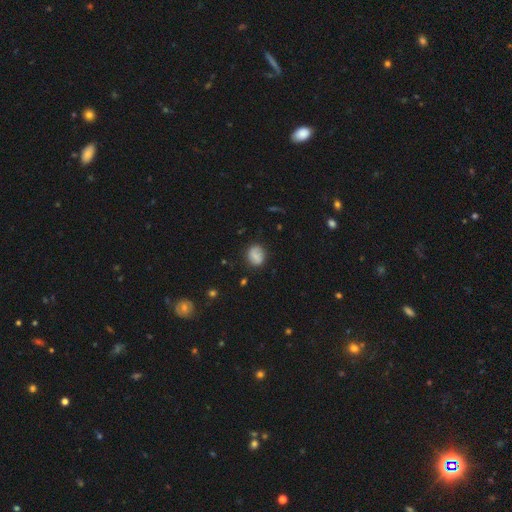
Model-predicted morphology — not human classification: This appears to be a smooth galaxy with no disk features (71%) that is round (62%). Merging: none (78%).